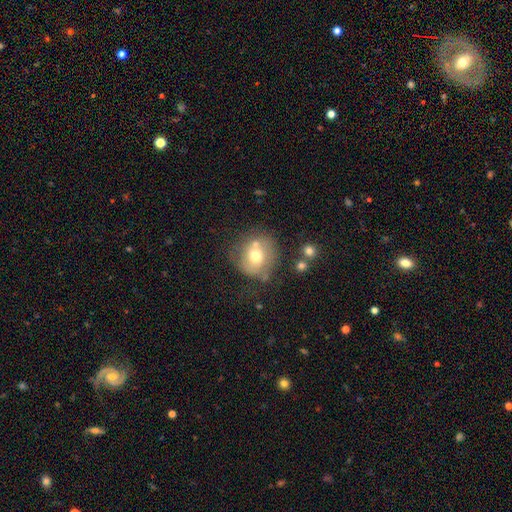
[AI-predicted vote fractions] Smooth or featured? smooth (59%)
How rounded? round (77%)
Merging? none (53%)